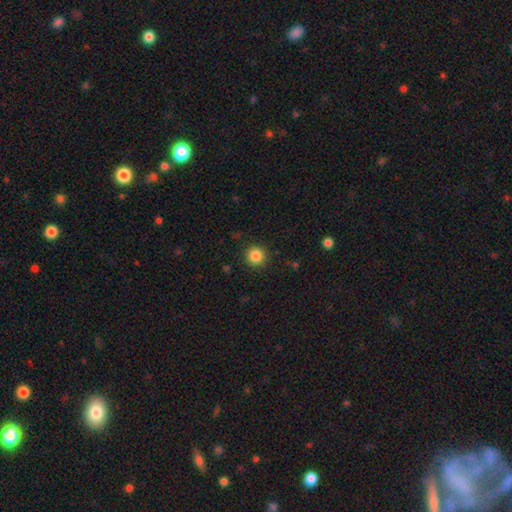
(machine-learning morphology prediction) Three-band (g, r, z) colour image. It shows a smooth galaxy with no disk features (85%) that is round (95%). Merging: none (91%).